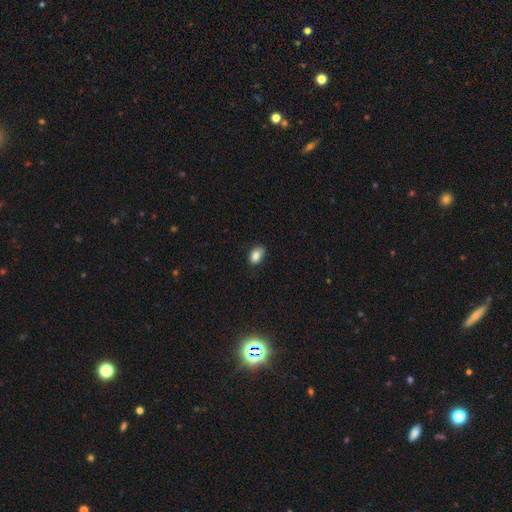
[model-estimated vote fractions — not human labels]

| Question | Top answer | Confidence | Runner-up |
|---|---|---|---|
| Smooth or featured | smooth | 86% | star or artifact (9%) |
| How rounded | in between | 84% | round (15%) |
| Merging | none | 78% | minor disturbance (18%) |